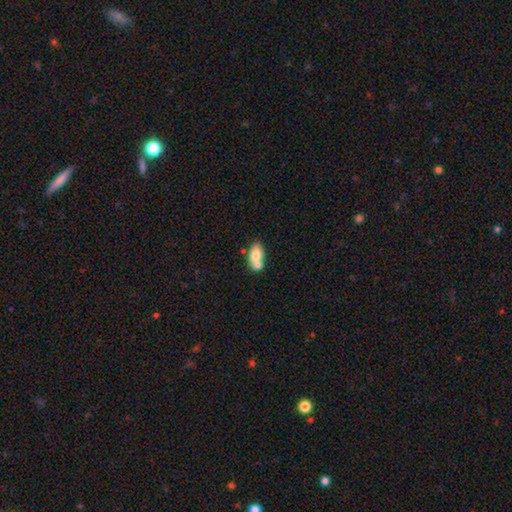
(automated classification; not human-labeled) Smooth or featured?
  - smooth: 71% *
  - featured or disk: 21%
  - star or artifact: 8%
How rounded?
  - in between: 86% *
  - round: 11%
  - cigar-shaped: 3%
Merging?
  - merger: 44% *
  - none: 40%
  - minor disturbance: 12%
  - major disturbance: 4%